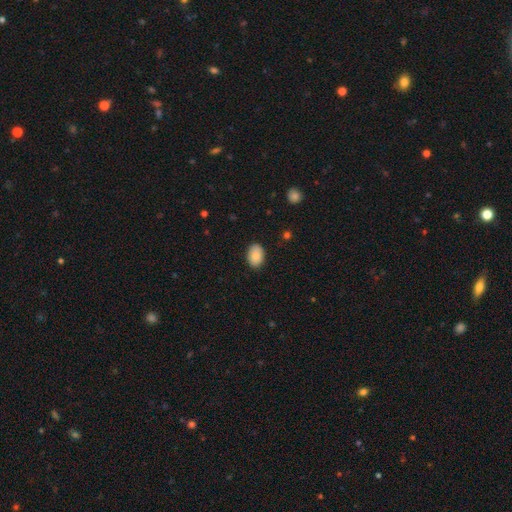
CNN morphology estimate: Smooth or featured: smooth — 86% (star or artifact — 7%)
How rounded: in between — 86% (round — 13%)
Merging: none — 85% (minor disturbance — 11%)